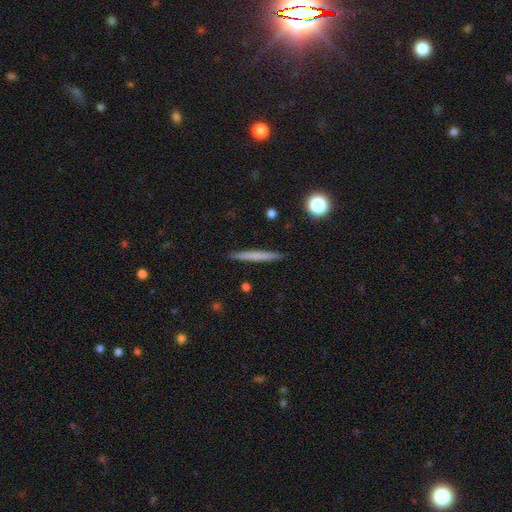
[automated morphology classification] This appears to be a smooth galaxy with no disk features (61%) that is cigar-shaped (96%). Merging: none (91%).